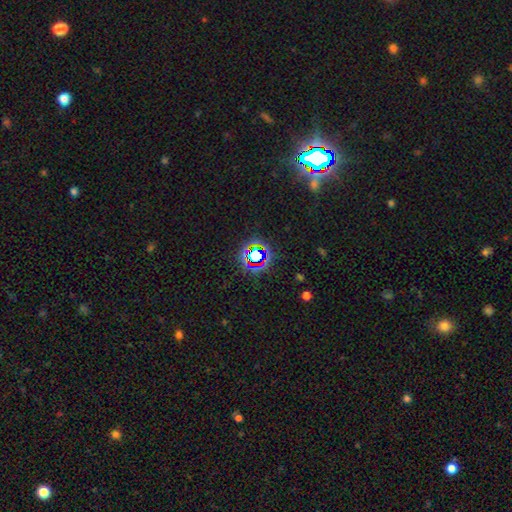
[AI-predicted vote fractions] Smooth or featured? Predicted: star or artifact (p=0.70).